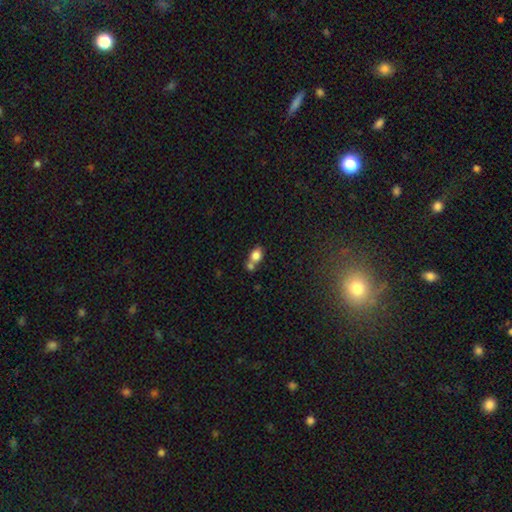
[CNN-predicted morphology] Smooth or featured: smooth — 80% (featured or disk — 10%)
How rounded: in between — 57% (round — 42%)
Merging: merger — 49% (none — 37%)